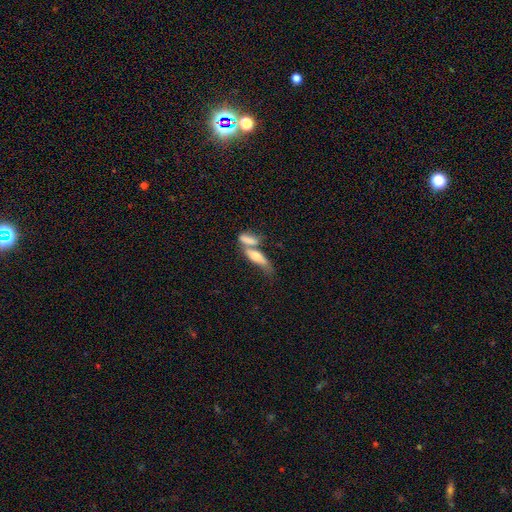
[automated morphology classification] Smooth or featured? smooth (65%)
How rounded? in between (55%)
Merging? merger (62%)